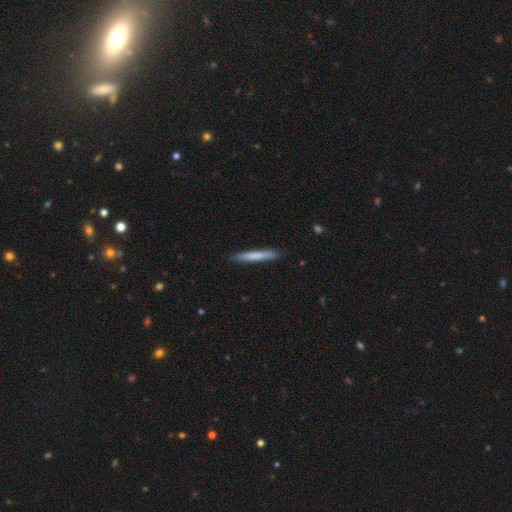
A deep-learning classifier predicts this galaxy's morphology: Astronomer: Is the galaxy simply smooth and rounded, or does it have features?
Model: smooth — 74%.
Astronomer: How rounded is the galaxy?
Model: cigar-shaped — 95%.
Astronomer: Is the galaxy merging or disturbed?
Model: none — 89%.